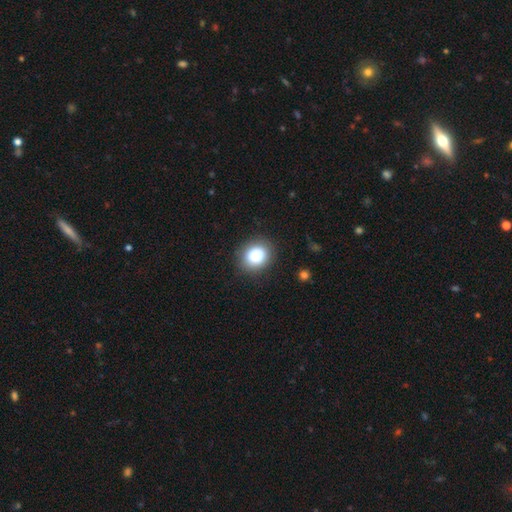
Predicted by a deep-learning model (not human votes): Overall: smooth (84%). How rounded: round (69%; in between 30%). Merging: none (87%).